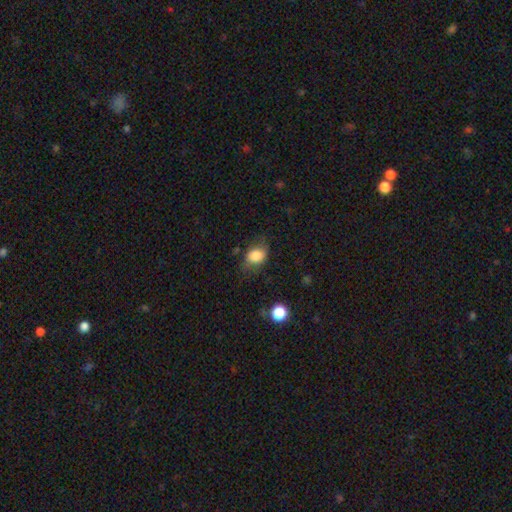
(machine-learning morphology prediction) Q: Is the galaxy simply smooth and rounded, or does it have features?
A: smooth — 79%.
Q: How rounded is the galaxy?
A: in between — 71%.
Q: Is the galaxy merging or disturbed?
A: none — 60%.